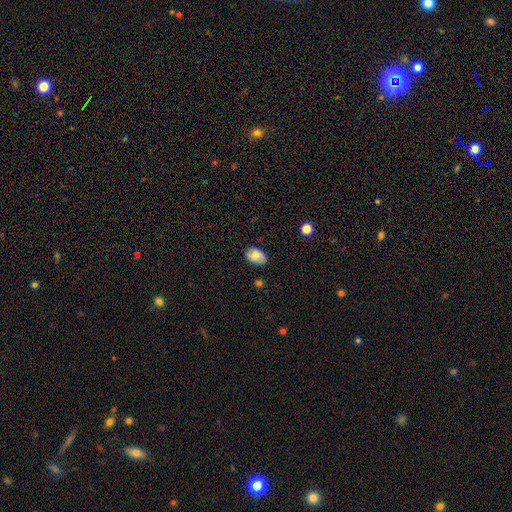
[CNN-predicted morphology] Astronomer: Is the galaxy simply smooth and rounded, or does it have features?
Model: smooth — 76%.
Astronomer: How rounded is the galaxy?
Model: in between — 88%.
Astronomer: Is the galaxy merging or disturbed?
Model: none — 75%.